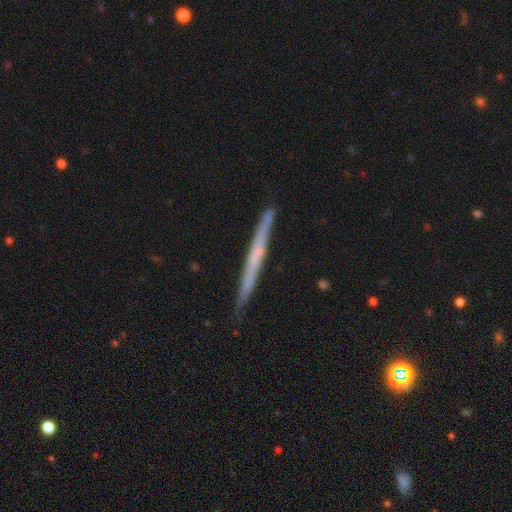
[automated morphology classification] A featured or disk galaxy (59%) viewed edge-on (97%) with no central bulge (77%).

Vote fractions:
- Smooth or featured? featured or disk: 59% / smooth: 35% / star or artifact: 6%
- Edge-on disk? yes: 97% / no: 3%
- Edge-on bulge? none: 77% / rounded: 19% / boxy: 4%
- Merging? none: 88% / minor disturbance: 10% / major disturbance: 1% / merger: 1%